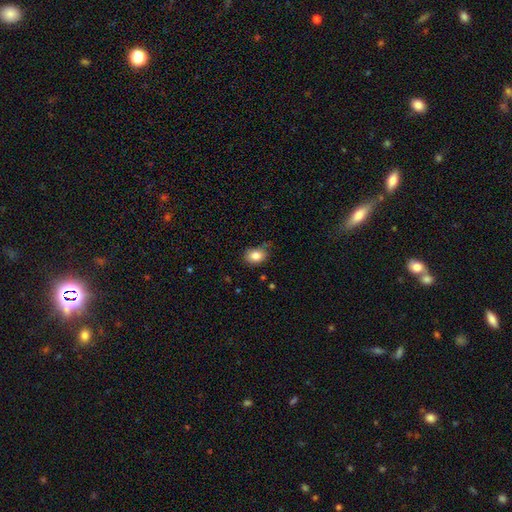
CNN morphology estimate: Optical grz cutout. It shows a smooth galaxy with no disk features (84%) that is in between round and cigar-shaped (66%). Merging: none (72%).